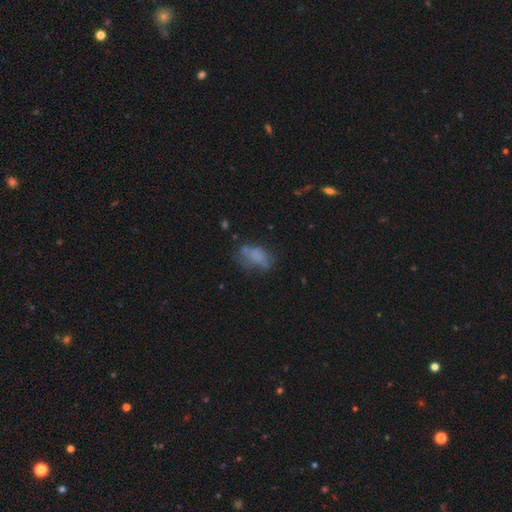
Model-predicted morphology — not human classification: A smooth galaxy with no disk features (60%) that is in between round and cigar-shaped (85%).

Vote fractions:
- Smooth or featured? smooth: 60% / featured or disk: 27% / star or artifact: 13%
- How rounded? in between: 85% / round: 12% / cigar-shaped: 3%
- Merging? none: 44% / minor disturbance: 26% / major disturbance: 22% / merger: 8%